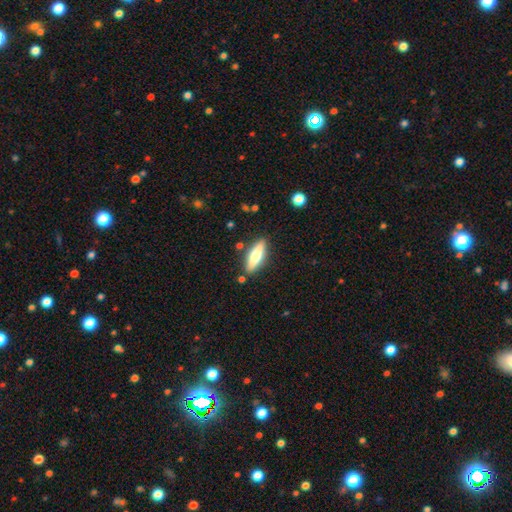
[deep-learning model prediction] Overall: smooth (60%; featured or disk 34%). How rounded: cigar-shaped (52%; in between 46%). Merging: none (85%).